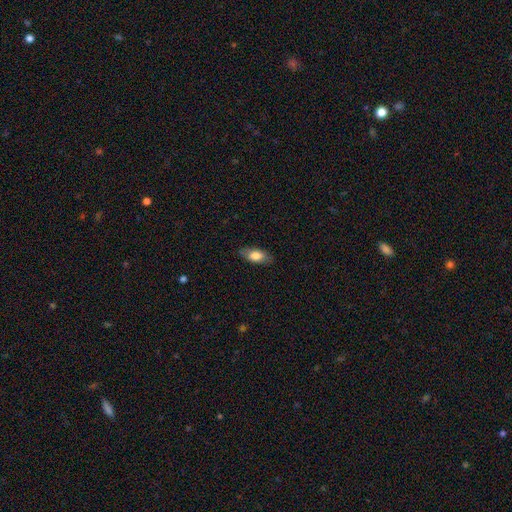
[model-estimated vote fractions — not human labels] Smooth or featured? smooth (78%)
How rounded? in between (86%)
Merging? none (83%)